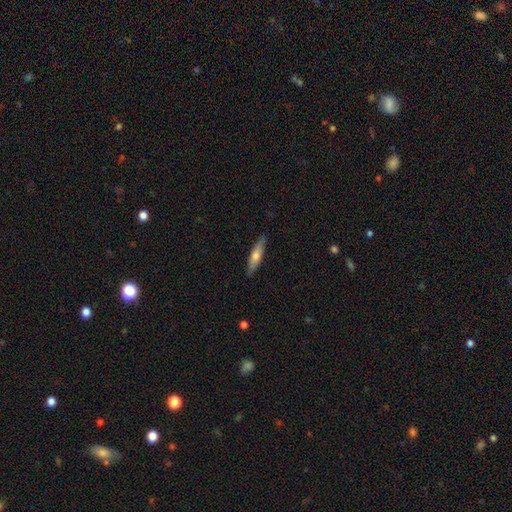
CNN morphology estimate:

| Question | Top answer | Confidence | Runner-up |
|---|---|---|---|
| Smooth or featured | smooth | 57% | featured or disk (37%) |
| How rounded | cigar-shaped | 76% | in between (22%) |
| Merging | none | 89% | minor disturbance (8%) |